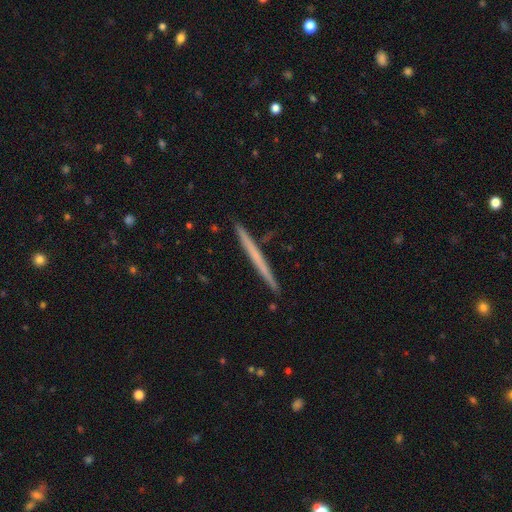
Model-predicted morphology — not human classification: smooth_or_featured: featured or disk (p=0.48) [alt: smooth p=0.46]
merging: none (p=0.92) [alt: minor disturbance p=0.05]